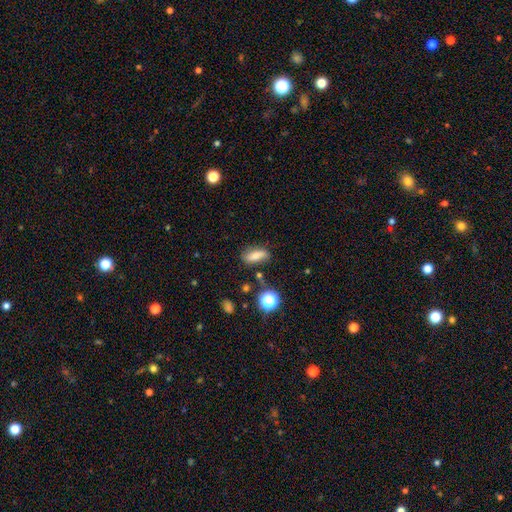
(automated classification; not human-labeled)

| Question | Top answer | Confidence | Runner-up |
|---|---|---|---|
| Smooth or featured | smooth | 65% | featured or disk (23%) |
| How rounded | in between | 68% | cigar-shaped (24%) |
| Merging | none | 74% | minor disturbance (17%) |